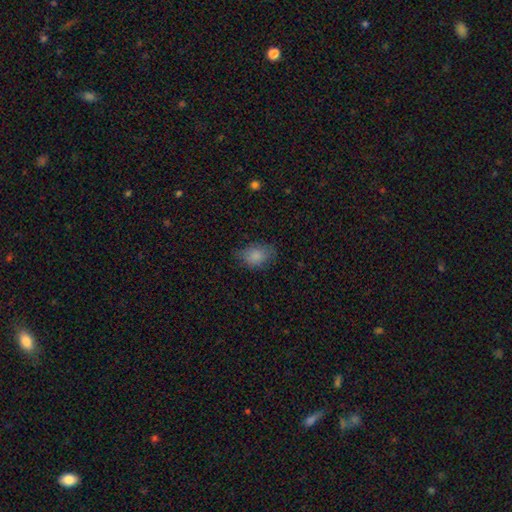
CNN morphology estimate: The model was most divided on "merging": none: 68%, minor disturbance: 25%, major disturbance: 7%, merger: 1%. More confident: smooth or featured — smooth (84%); how rounded — in between (79%).